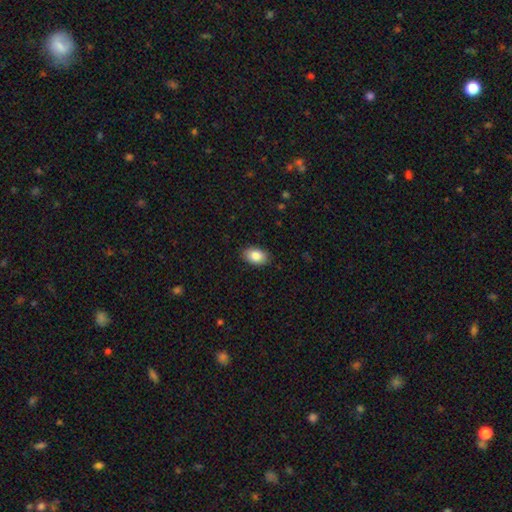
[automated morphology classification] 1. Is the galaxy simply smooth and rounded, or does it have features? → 86% smooth, 7% featured or disk, 7% star or artifact.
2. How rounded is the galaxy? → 90% in between, 9% round, 1% cigar-shaped.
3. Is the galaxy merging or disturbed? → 88% none, 9% minor disturbance, 2% major disturbance, 1% merger.